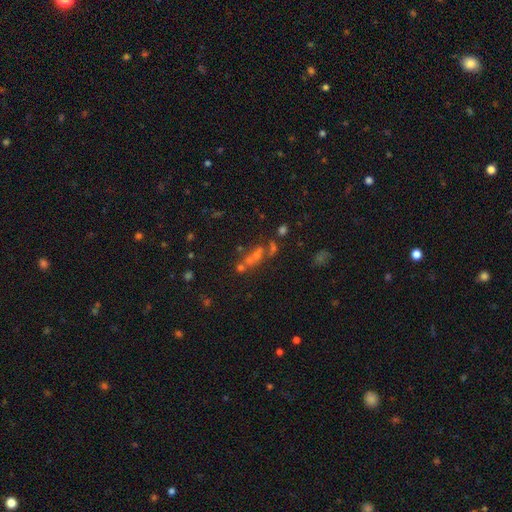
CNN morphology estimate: type=star or artifact (38%).